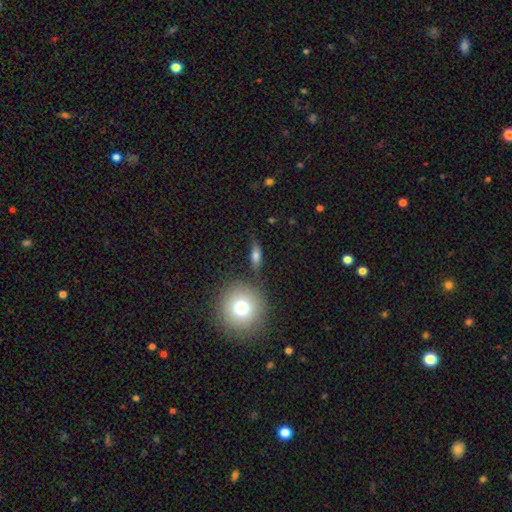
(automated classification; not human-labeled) smooth_or_featured: smooth (p=0.70) [alt: featured or disk p=0.18]
how_rounded: in between (p=0.60) [alt: cigar-shaped p=0.27]
merging: none (p=0.70) [alt: minor disturbance p=0.17]